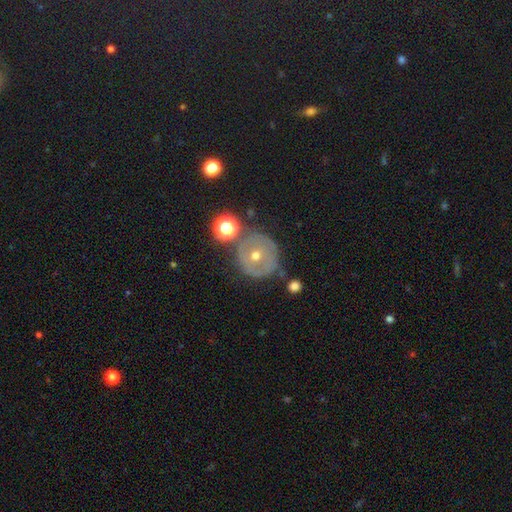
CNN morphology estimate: smooth-or-featured: featured or disk: 53% | smooth: 35% | star or artifact: 12%
  disk-edge-on: no: 95% | yes: 5%
    bar: no: 80% | weak: 14% | strong: 6%
    has-spiral-arms: no: 69% | yes: 31%
    bulge-size: moderate: 52% | small: 45% | large: 2% | none: 1% | dominant: 1%
  merging: none: 71% | minor disturbance: 16% | merger: 6% | major disturbance: 6%